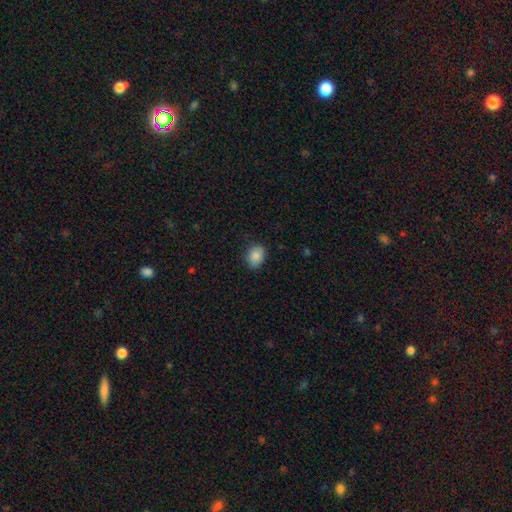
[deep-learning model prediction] smooth 86%, star or artifact 8%, featured or disk 6%. Down the decision tree: how rounded — in between (60%); merging — none (84%).